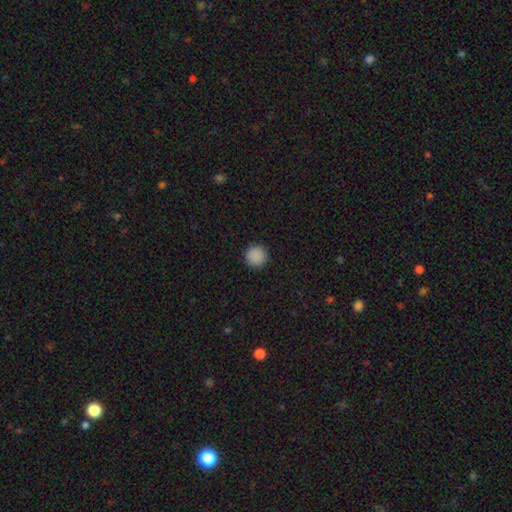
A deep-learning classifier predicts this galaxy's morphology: smooth_or_featured: smooth (p=0.89) [alt: star or artifact p=0.09]
how_rounded: round (p=0.96) [alt: in between p=0.03]
merging: none (p=0.93) [alt: minor disturbance p=0.05]